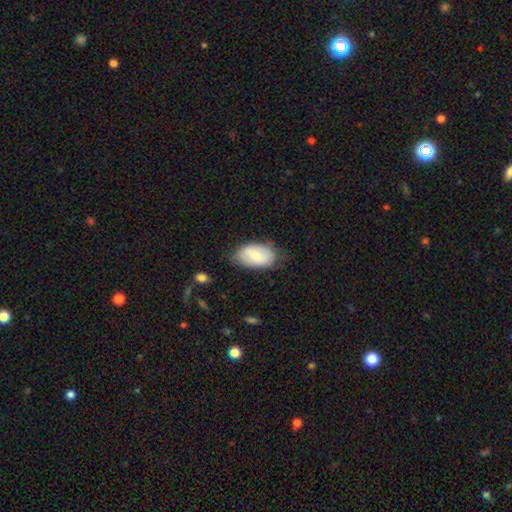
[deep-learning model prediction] Q: Smooth or featured?
A: smooth (68%); runner-up: featured or disk (26%)
Q: How rounded?
A: in between (93%); runner-up: round (6%)
Q: Merging?
A: none (73%); runner-up: minor disturbance (21%)